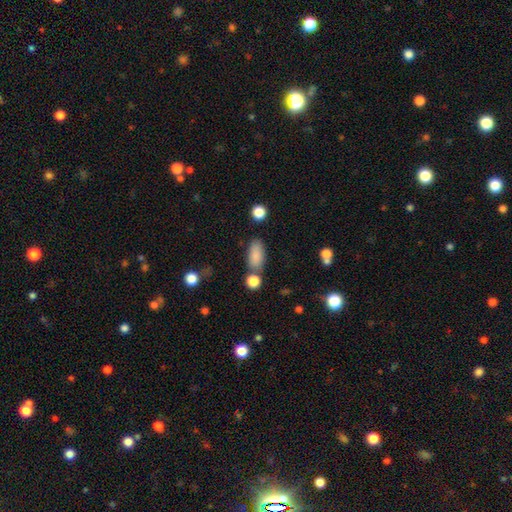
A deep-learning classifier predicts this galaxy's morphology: This is clearly a smooth galaxy (86%). How rounded: clearly in between (87%). Merging: likely none (69%).